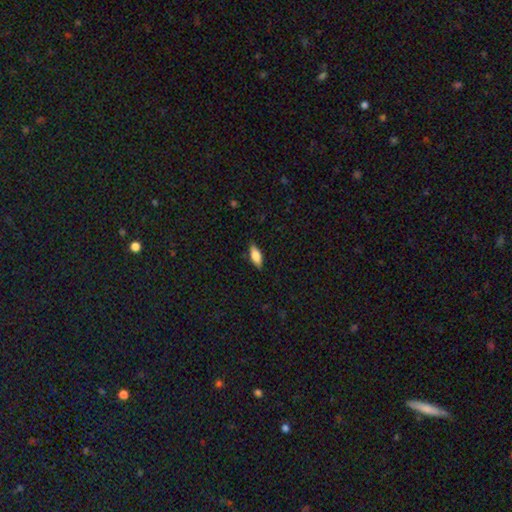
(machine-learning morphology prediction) Smooth or featured: smooth — 77% (featured or disk — 17%)
How rounded: in between — 77% (cigar-shaped — 21%)
Merging: none — 86% (minor disturbance — 11%)